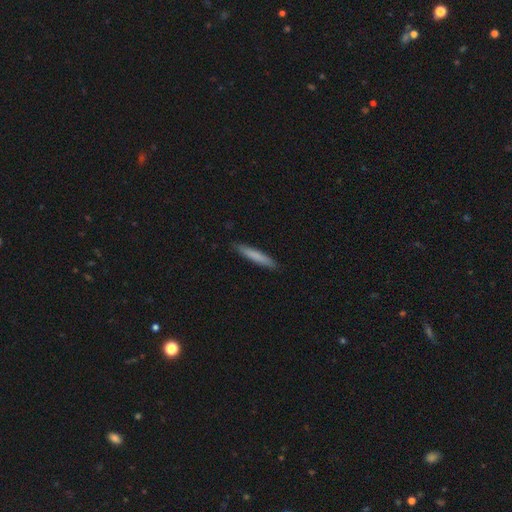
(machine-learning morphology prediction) This appears to be a smooth galaxy with no disk features (78%) that is cigar-shaped (94%). Merging: none (90%).